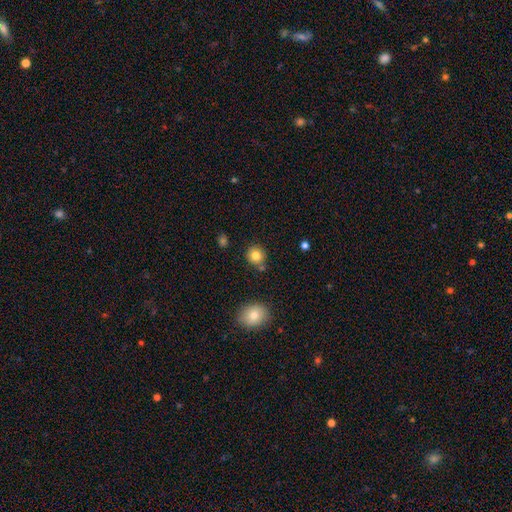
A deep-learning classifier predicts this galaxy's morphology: smooth 82%, star or artifact 11%, featured or disk 7%. Down the decision tree: how rounded — round (89%); merging — none (82%).